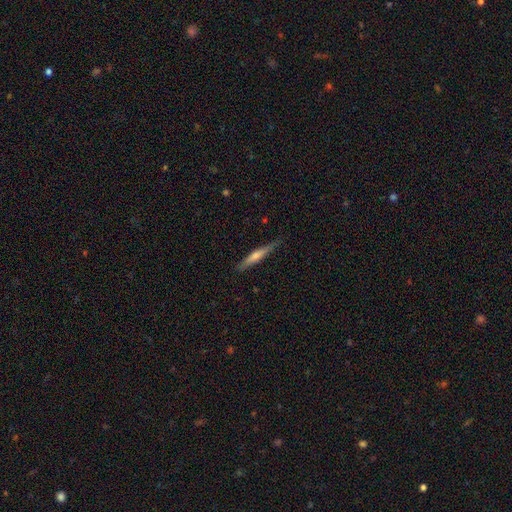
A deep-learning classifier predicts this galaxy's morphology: A featured or disk galaxy (50%).

Vote fractions:
- Smooth or featured? featured or disk: 50% / smooth: 45% / star or artifact: 6%
- Merging? none: 84% / minor disturbance: 13% / major disturbance: 2% / merger: 1%